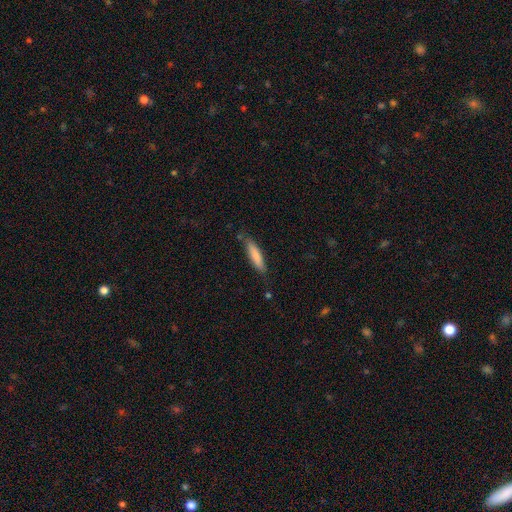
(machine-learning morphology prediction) Smooth or featured? smooth (78%)
How rounded? cigar-shaped (77%)
Merging? none (78%)